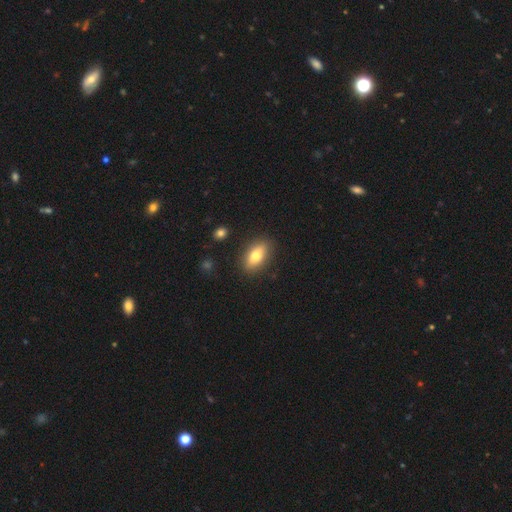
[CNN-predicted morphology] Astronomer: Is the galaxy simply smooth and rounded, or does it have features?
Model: smooth — 70%.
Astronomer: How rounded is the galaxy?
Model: in between — 79%.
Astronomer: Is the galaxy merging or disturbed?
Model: none — 87%.